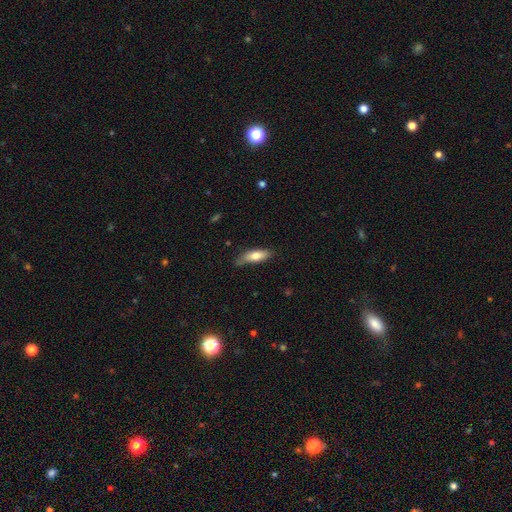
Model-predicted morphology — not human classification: This is likely a smooth galaxy (75%). How rounded: possibly in between (56%). Merging: likely none (63%).